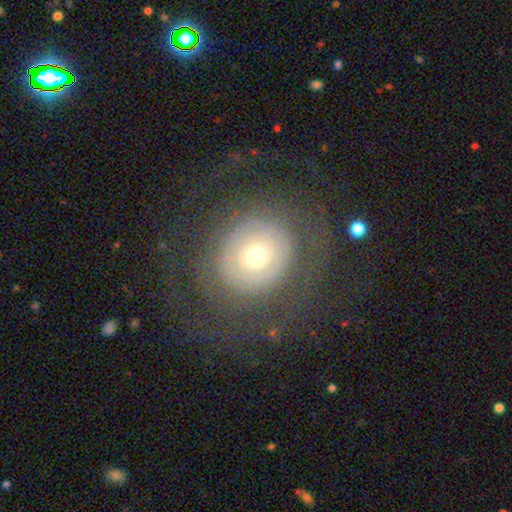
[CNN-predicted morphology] Smooth or featured?
  - featured or disk: 57% *
  - smooth: 35%
  - star or artifact: 9%
Edge-on disk?
  - no: 95% *
  - yes: 5%
Bar?
  - no: 87% *
  - weak: 9%
  - strong: 4%
Spiral arms?
  - no: 52% *
  - yes: 48%
Bulge size?
  - small: 52% *
  - moderate: 38%
  - large: 6%
  - dominant: 3%
  - none: 1%
Merging?
  - none: 71% *
  - major disturbance: 15%
  - minor disturbance: 12%
  - merger: 1%